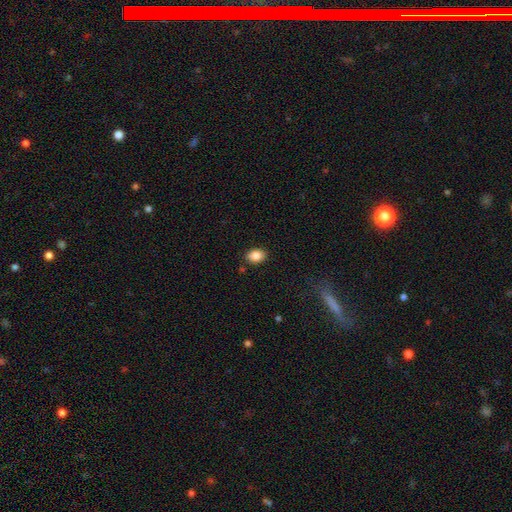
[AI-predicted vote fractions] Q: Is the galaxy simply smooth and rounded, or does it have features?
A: smooth — 86%.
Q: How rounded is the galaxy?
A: in between — 77%.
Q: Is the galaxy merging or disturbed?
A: none — 87%.